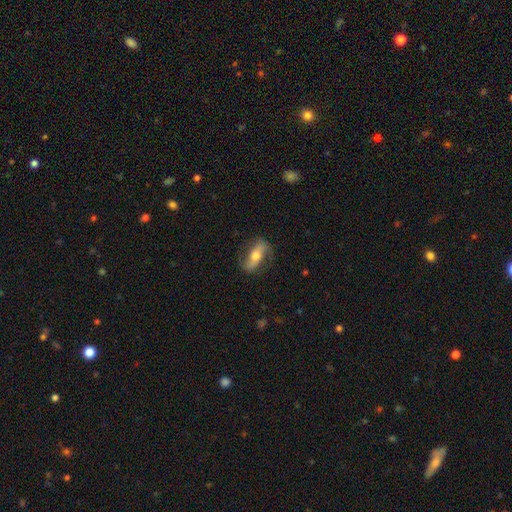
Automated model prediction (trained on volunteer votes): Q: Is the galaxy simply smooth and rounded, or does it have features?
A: featured or disk — 63%.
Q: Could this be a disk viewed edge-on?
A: no — 83%.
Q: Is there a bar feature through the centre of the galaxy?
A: strong — 40%.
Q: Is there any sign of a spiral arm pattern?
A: yes — 81%.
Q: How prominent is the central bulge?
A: moderate — 67%.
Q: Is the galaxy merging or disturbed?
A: none — 76%.